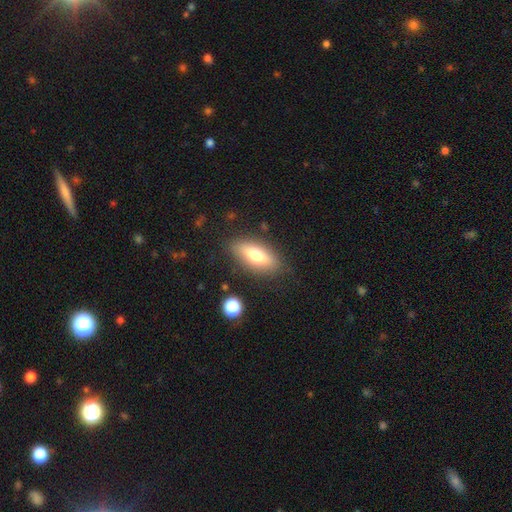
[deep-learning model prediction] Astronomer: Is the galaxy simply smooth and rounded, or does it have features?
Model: smooth — 69%.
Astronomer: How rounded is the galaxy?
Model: in between — 73%.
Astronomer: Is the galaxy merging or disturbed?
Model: none — 82%.